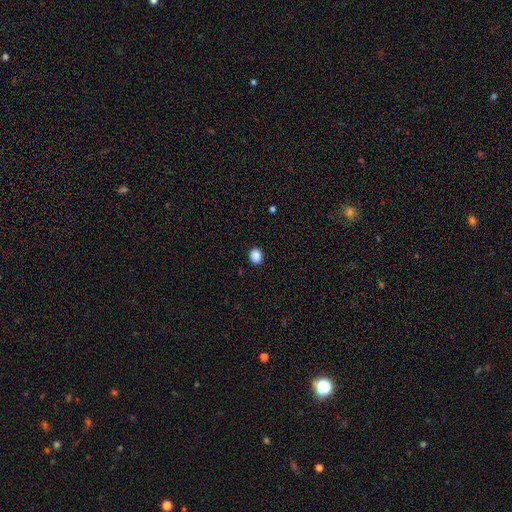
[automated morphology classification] This is clearly a smooth galaxy (89%). How rounded: possibly round (56%). Merging: clearly none (90%).